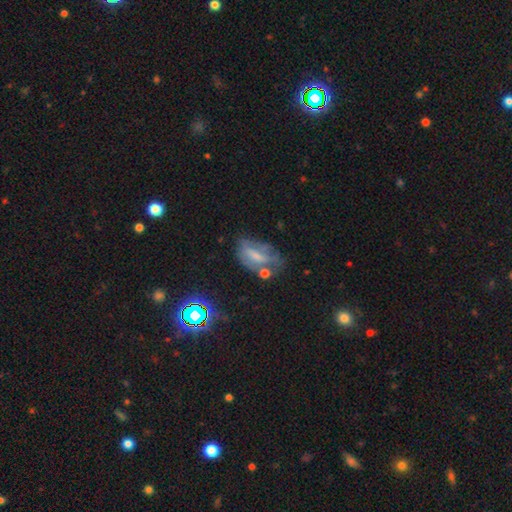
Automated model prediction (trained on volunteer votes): Morphology: type=featured or disk (46%); merging=none (39%).